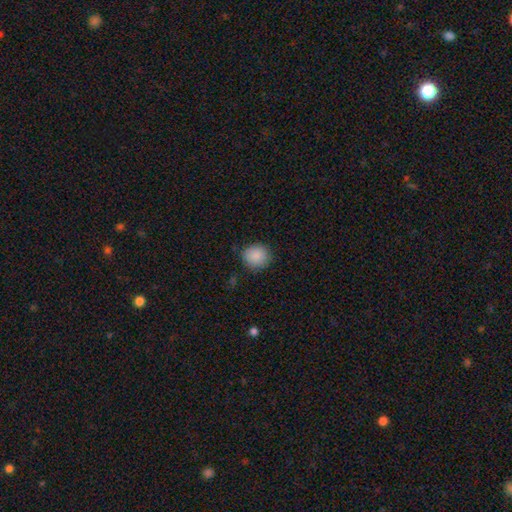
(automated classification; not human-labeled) Smooth or featured? Predicted: smooth (p=0.88). How rounded? Predicted: round (p=0.88). Merging? Predicted: none (p=0.85).